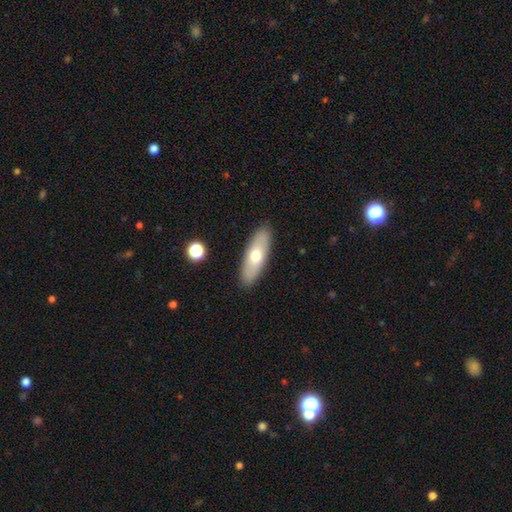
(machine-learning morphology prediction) This appears to be a smooth galaxy with no disk features (63%) that is in between round and cigar-shaped (61%). Merging: none (89%).